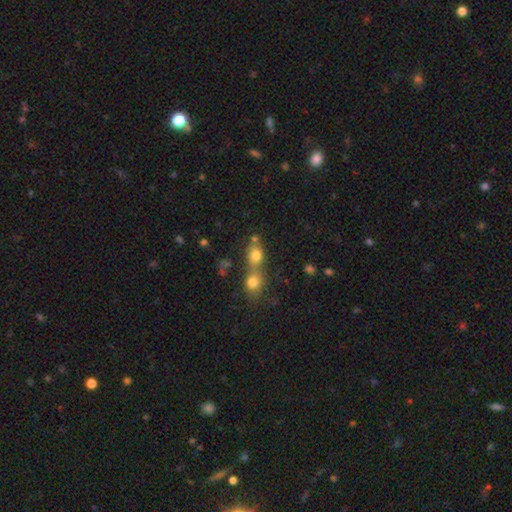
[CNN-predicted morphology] This appears to be a smooth galaxy with no disk features (76%) that is round (62%). Merging: merger (60%).